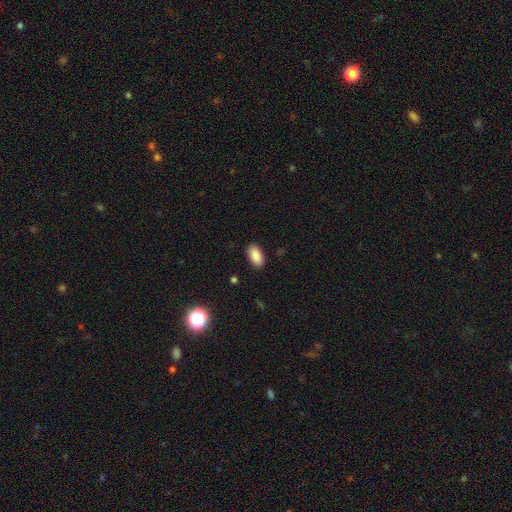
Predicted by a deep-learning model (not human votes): Overall: smooth (88%). How rounded: in between (94%). Merging: none (89%).